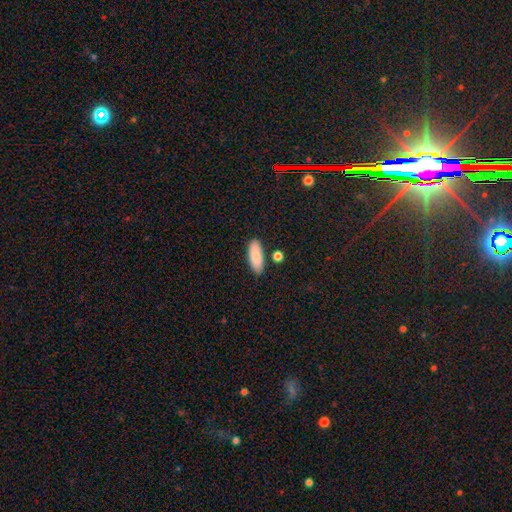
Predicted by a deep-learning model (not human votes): This is clearly a smooth galaxy (87%). How rounded: likely in between (75%). Merging: clearly none (83%).